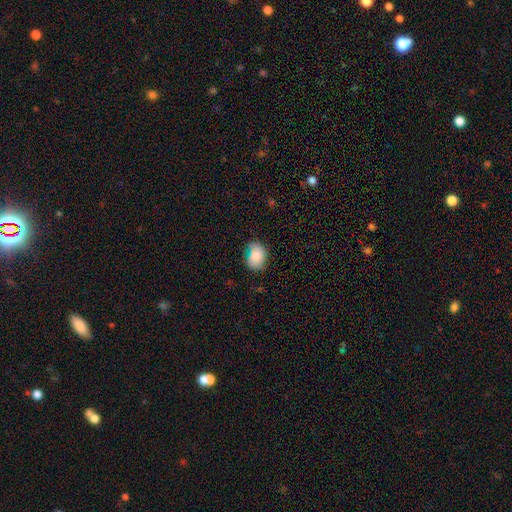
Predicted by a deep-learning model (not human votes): A smooth galaxy with no disk features (83%) that is in between round and cigar-shaped (65%). Merging: none (66%).